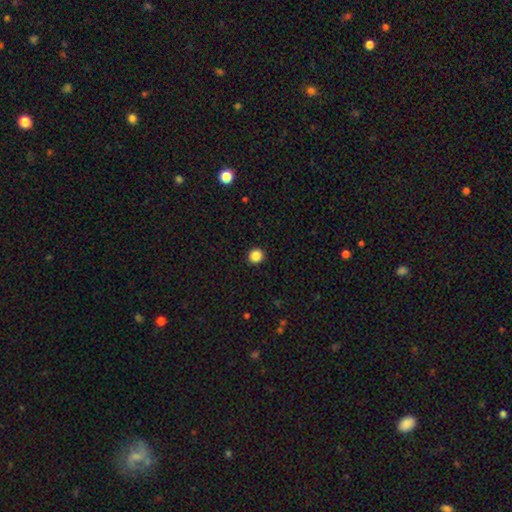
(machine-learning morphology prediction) Q: Smooth or featured?
A: smooth (86%); runner-up: star or artifact (11%)
Q: How rounded?
A: round (93%); runner-up: in between (6%)
Q: Merging?
A: none (93%); runner-up: minor disturbance (4%)